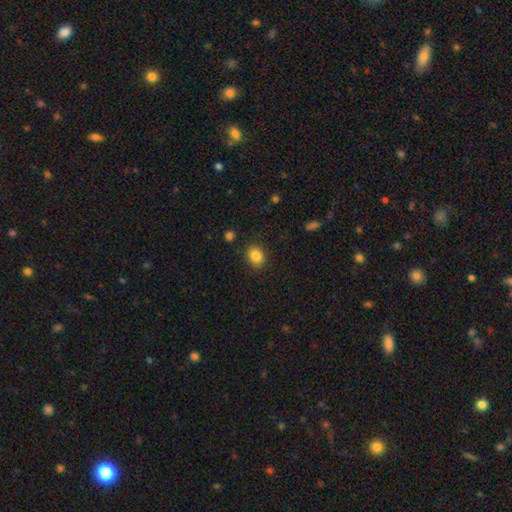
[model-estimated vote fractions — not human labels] smooth-or-featured: smooth: 85% | star or artifact: 10% | featured or disk: 6%
  how-rounded: round: 51% | in between: 48% | cigar-shaped: 1%
  merging: none: 87% | minor disturbance: 9% | major disturbance: 3% | merger: 1%